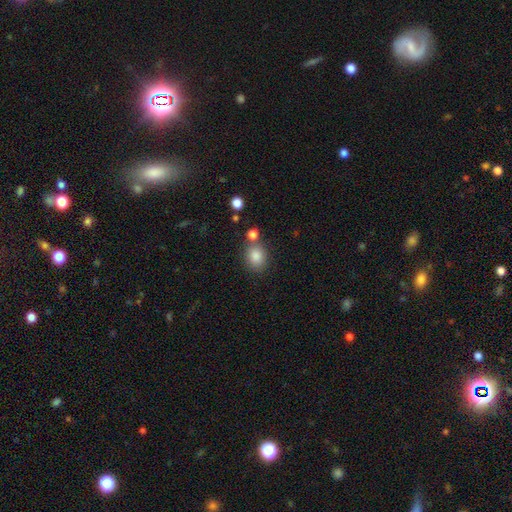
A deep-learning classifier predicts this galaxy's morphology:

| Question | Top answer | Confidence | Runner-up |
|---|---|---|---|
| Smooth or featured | smooth | 85% | star or artifact (10%) |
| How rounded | round | 58% | in between (41%) |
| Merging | none | 69% | merger (14%) |